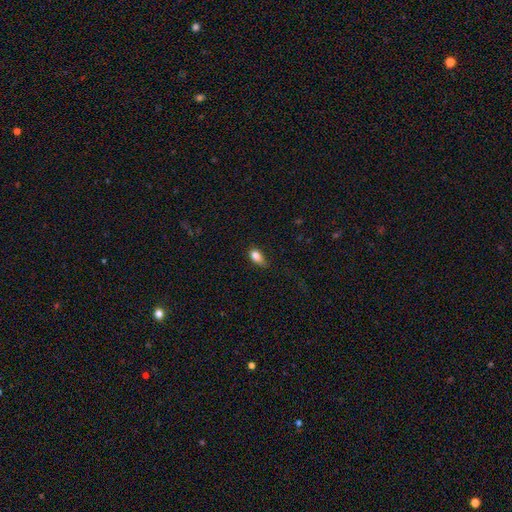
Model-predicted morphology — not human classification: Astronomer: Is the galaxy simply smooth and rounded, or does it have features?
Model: smooth — 83%.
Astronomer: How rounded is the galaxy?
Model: in between — 84%.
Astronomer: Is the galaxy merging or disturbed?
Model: none — 55% (runner-up: minor disturbance, 34%).